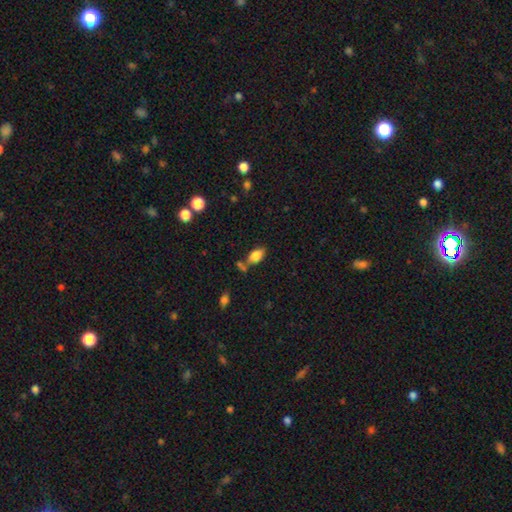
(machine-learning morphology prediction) A smooth galaxy with no disk features (80%) that is in between round and cigar-shaped (89%). Merging: none (58%).